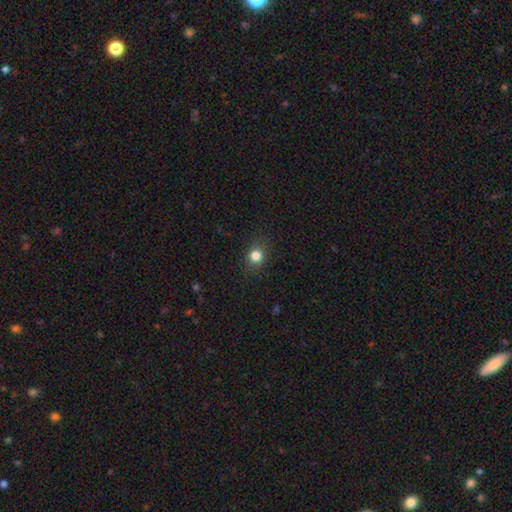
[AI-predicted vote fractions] This is clearly a smooth galaxy (81%). How rounded: likely round (71%). Merging: clearly none (87%).